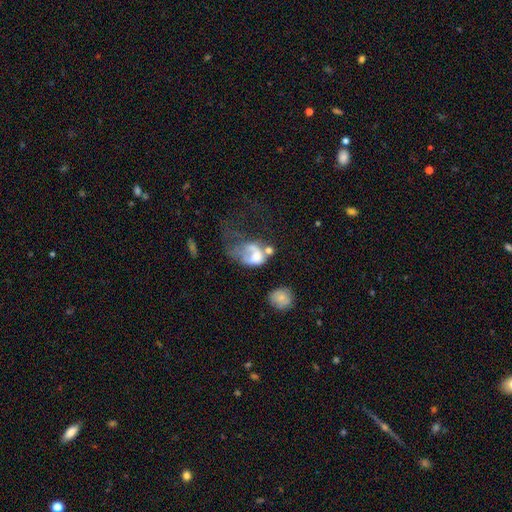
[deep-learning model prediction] Smooth or featured?
  - smooth: 45% *
  - featured or disk: 44%
  - star or artifact: 11%
Merging?
  - major disturbance: 50% *
  - merger: 28%
  - minor disturbance: 11%
  - none: 11%